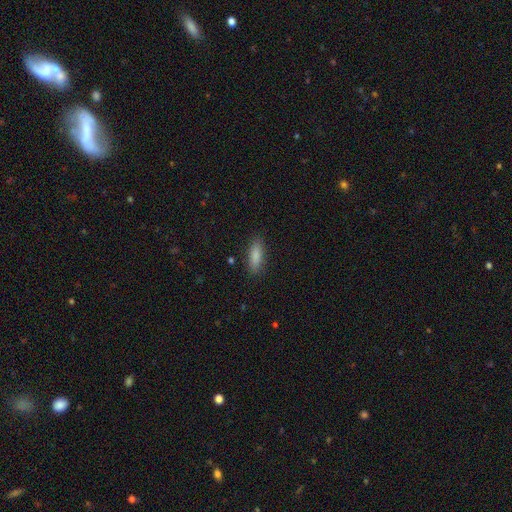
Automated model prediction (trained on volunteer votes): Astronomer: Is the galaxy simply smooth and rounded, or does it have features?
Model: smooth — 86%.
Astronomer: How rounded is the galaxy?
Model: in between — 59% (runner-up: cigar-shaped, 39%).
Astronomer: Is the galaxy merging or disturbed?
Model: none — 86%.